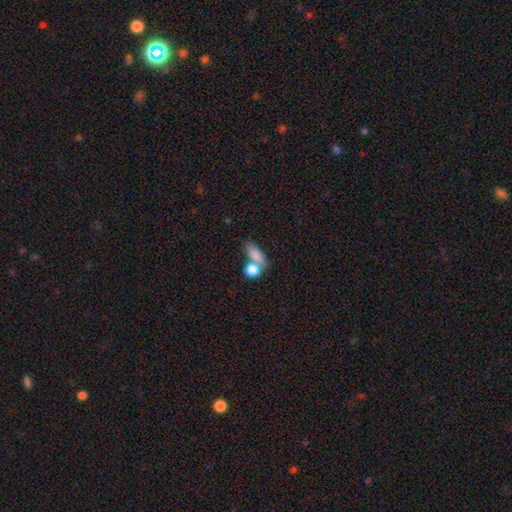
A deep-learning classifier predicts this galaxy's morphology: A smooth galaxy with no disk features (81%) that is in between round and cigar-shaped (63%).

Vote fractions:
- Smooth or featured? smooth: 81% / featured or disk: 10% / star or artifact: 9%
- How rounded? in between: 63% / round: 21% / cigar-shaped: 16%
- Merging? merger: 41% / none: 40% / minor disturbance: 11% / major disturbance: 7%